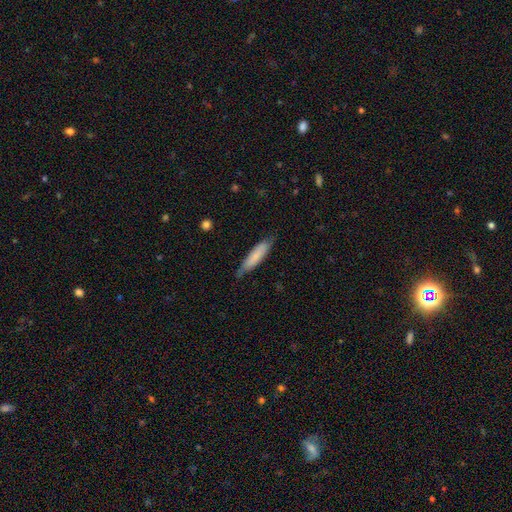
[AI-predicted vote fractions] Smooth or featured? smooth (77%)
How rounded? cigar-shaped (76%)
Merging? none (72%)